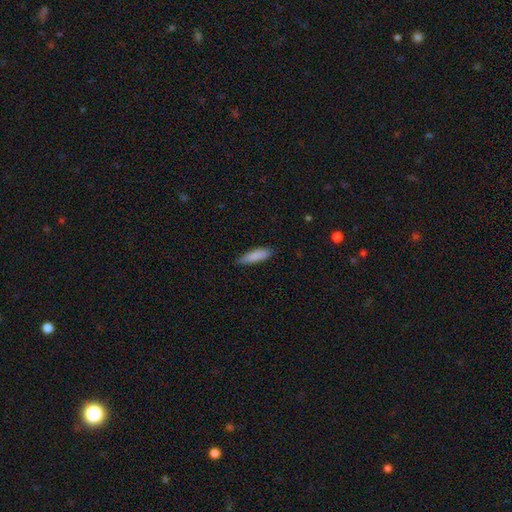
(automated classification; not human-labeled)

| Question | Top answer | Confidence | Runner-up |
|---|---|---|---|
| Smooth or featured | smooth | 87% | featured or disk (7%) |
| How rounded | cigar-shaped | 61% | in between (38%) |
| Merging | none | 79% | minor disturbance (17%) |